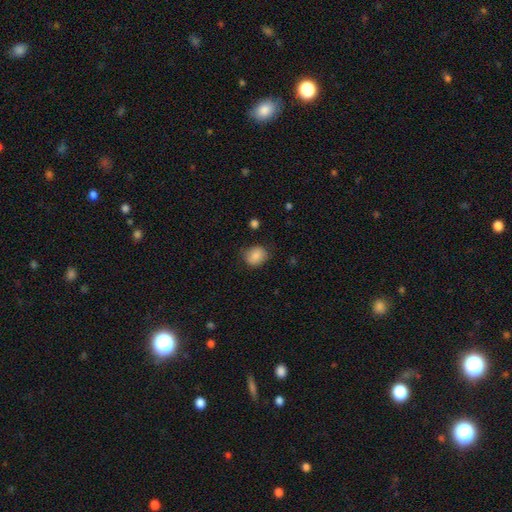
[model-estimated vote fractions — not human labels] Overall: smooth (85%). How rounded: round (52%; in between 47%). Merging: none (73%).